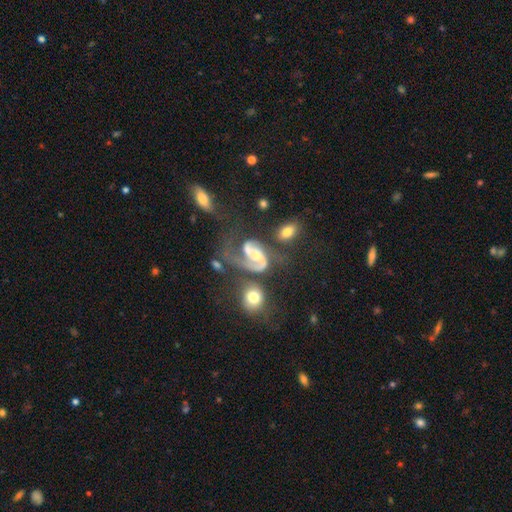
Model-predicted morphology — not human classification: Overall: featured or disk (84%). Edge-on disk: no (97%). Bar: no (41%; weak 38%). Spiral arms: yes (94%). Spiral arm count: 2 (74%). Spiral winding: medium (46%; loose 40%). Bulge size: moderate (59%; small 28%). Merging: major disturbance (35%; none 28%).